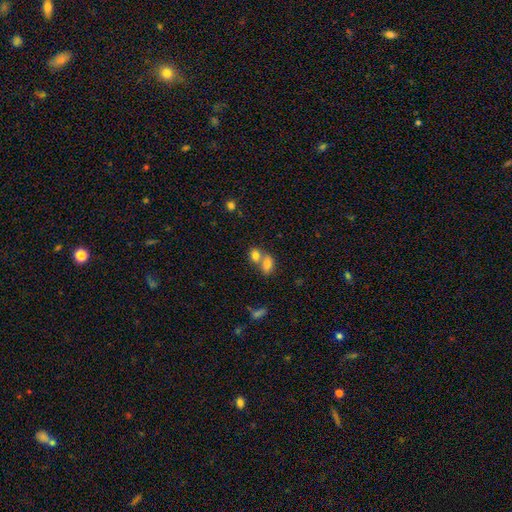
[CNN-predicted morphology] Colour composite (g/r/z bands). It shows a smooth galaxy with no disk features (78%) that is in between round and cigar-shaped (67%). Merging: merger (60%).